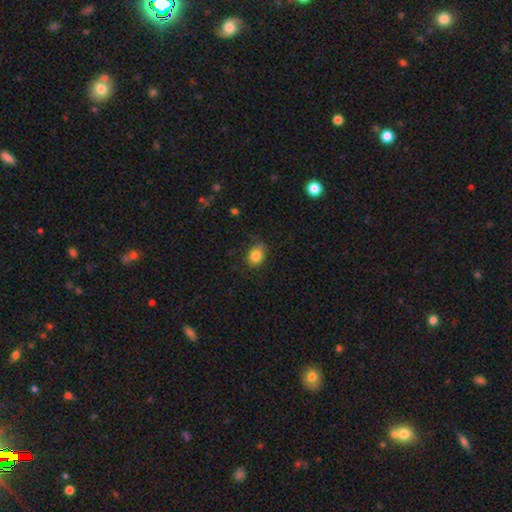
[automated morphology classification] This appears to be a smooth galaxy with no disk features (83%) that is in between round and cigar-shaped (65%). Merging: none (76%).